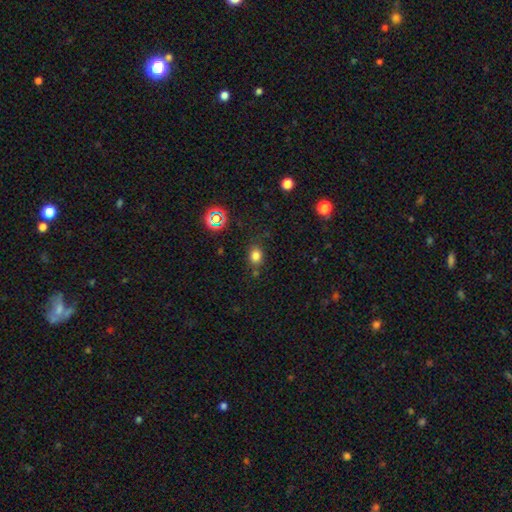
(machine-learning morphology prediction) A smooth galaxy with no disk features (76%) that is in between round and cigar-shaped (50%). Merging: none (75%).